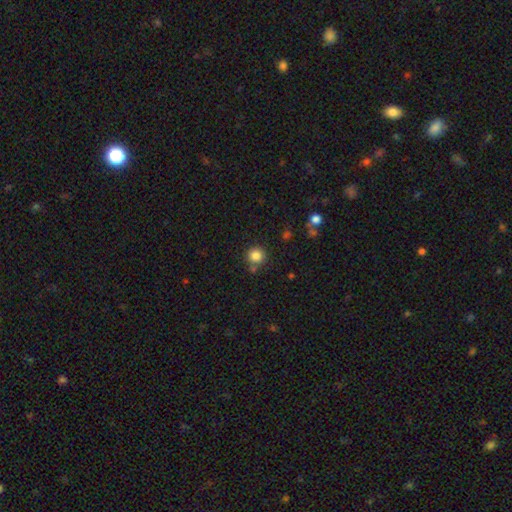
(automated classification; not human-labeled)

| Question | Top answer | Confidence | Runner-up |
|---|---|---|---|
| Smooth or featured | smooth | 84% | star or artifact (11%) |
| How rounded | round | 92% | in between (7%) |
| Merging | none | 78% | merger (9%) |